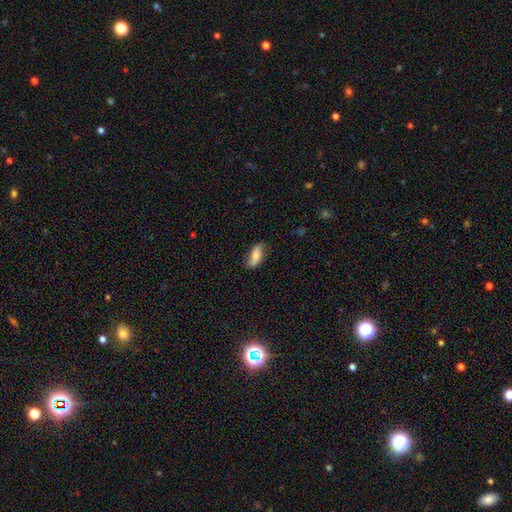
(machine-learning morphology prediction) smooth_or_featured: smooth (p=0.71) [alt: featured or disk p=0.22]
how_rounded: in between (p=0.79) [alt: cigar-shaped p=0.19]
merging: none (p=0.74) [alt: minor disturbance p=0.20]